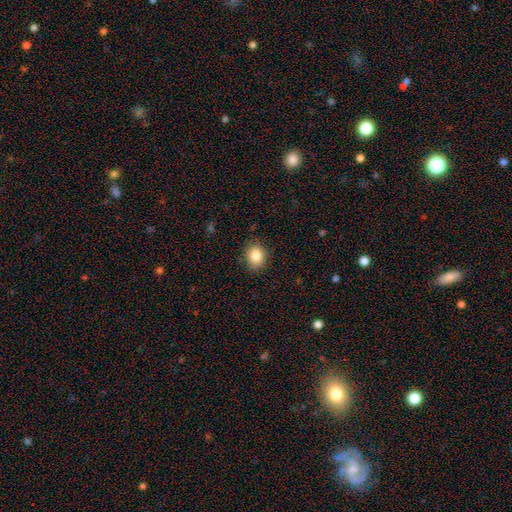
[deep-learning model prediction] Smooth or featured? Predicted: smooth (p=0.85). How rounded? Predicted: round (p=0.54). Merging? Predicted: none (p=0.86).